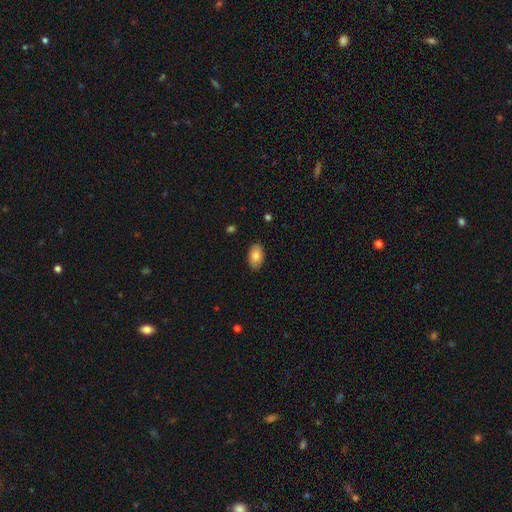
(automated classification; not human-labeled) A smooth galaxy with no disk features (81%) that is in between round and cigar-shaped (93%).

Vote fractions:
- Smooth or featured? smooth: 81% / featured or disk: 12% / star or artifact: 7%
- How rounded? in between: 93% / round: 6% / cigar-shaped: 2%
- Merging? none: 88% / minor disturbance: 9% / major disturbance: 2% / merger: 1%